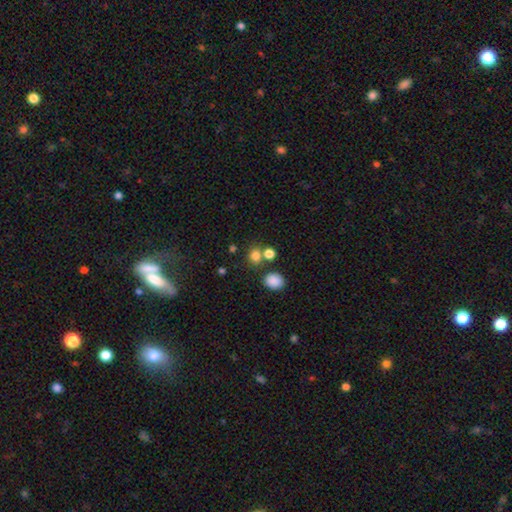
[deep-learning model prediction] A smooth galaxy with no disk features (79%) that is round (69%). Merging: none (62%).